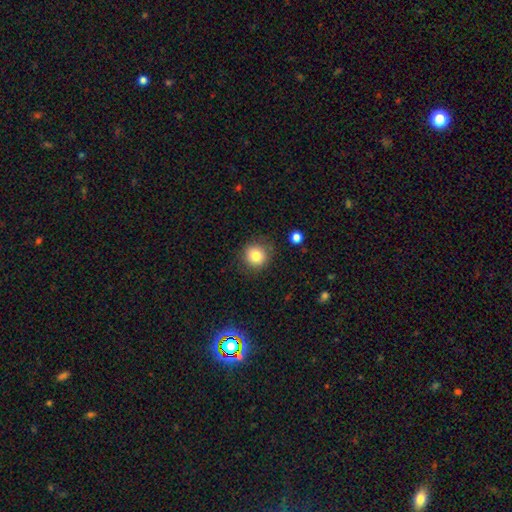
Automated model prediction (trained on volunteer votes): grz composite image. It shows a smooth galaxy with no disk features (81%) that is round (92%). Merging: none (86%).